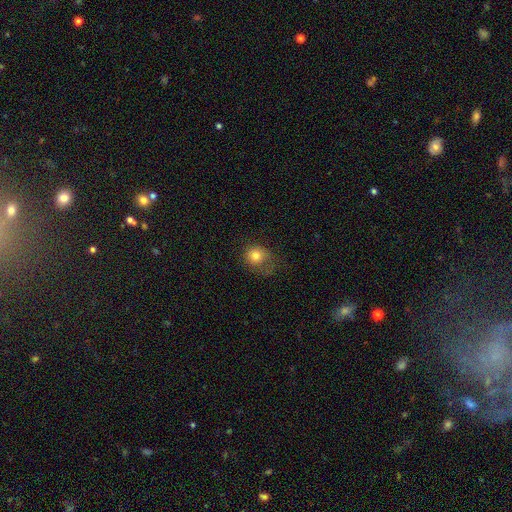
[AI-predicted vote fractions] Smooth or featured?
  - smooth: 78% *
  - star or artifact: 11%
  - featured or disk: 10%
How rounded?
  - round: 74% *
  - in between: 25%
  - cigar-shaped: 1%
Merging?
  - none: 47% *
  - minor disturbance: 28%
  - major disturbance: 23%
  - merger: 2%